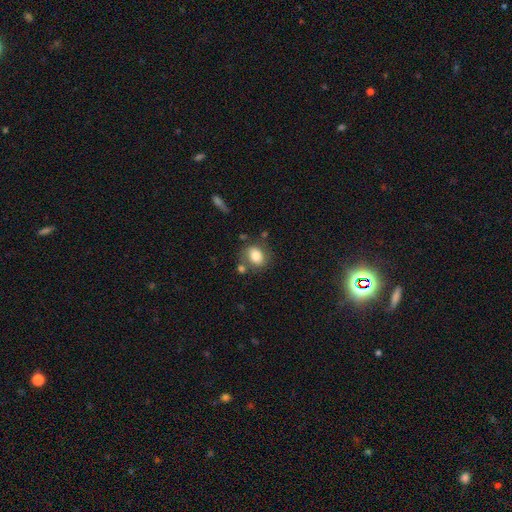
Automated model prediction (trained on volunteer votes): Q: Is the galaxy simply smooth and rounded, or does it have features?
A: smooth — 79%.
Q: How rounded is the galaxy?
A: in between — 57%.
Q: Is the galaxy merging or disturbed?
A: none — 66%.